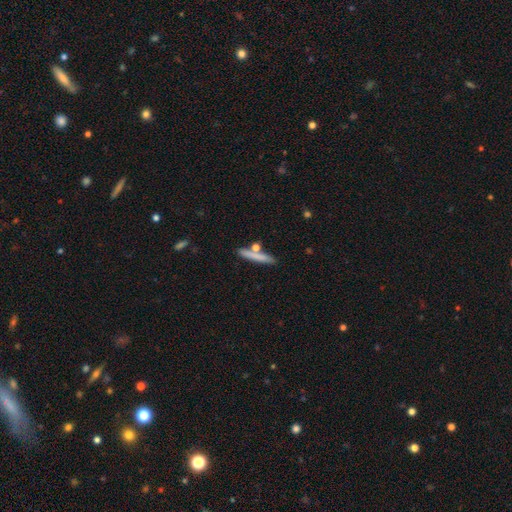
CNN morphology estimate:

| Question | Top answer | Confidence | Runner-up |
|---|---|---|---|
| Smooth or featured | smooth | 68% | featured or disk (25%) |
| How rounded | cigar-shaped | 90% | in between (7%) |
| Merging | none | 75% | merger (12%) |